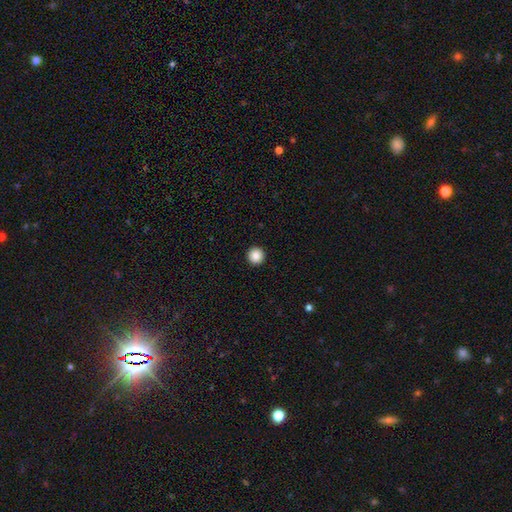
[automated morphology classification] type=smooth (87%); roundness=round (96%); merging=none (94%).